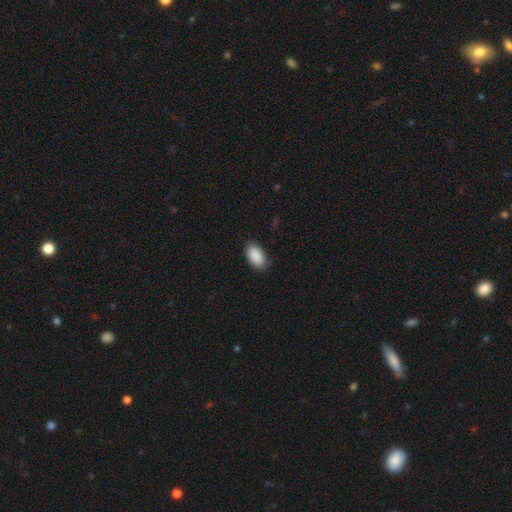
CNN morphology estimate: A smooth galaxy with no disk features (91%) that is in between round and cigar-shaped (94%).

Vote fractions:
- Smooth or featured? smooth: 91% / star or artifact: 6% / featured or disk: 3%
- How rounded? in between: 94% / round: 4% / cigar-shaped: 1%
- Merging? none: 83% / minor disturbance: 14% / major disturbance: 3% / merger: 1%